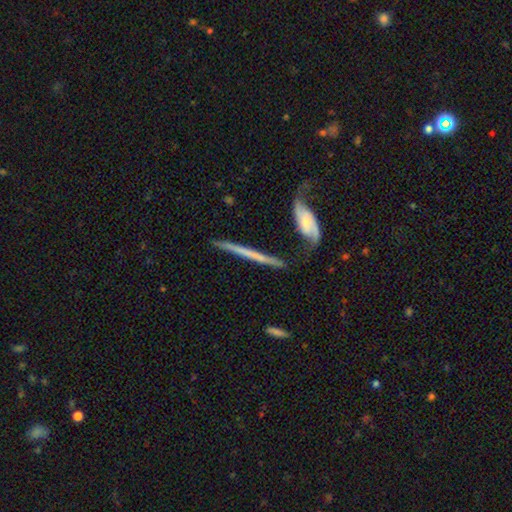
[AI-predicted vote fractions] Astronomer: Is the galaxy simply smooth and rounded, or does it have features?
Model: featured or disk — 55%.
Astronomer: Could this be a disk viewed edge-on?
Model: yes — 81%.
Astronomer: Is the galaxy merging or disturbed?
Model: none — 70%.